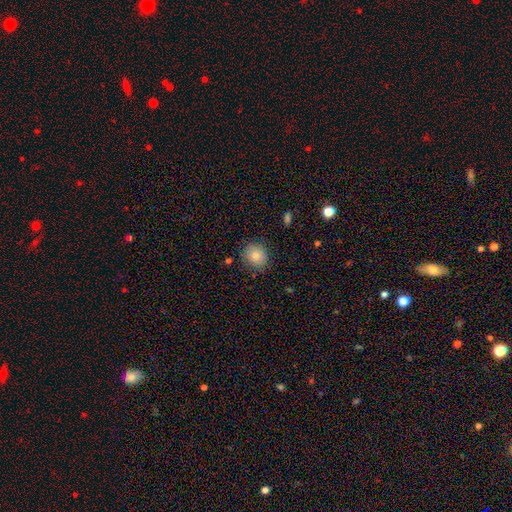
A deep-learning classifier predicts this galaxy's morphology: A smooth galaxy with no disk features (81%) that is round (78%). Merging: none (84%).